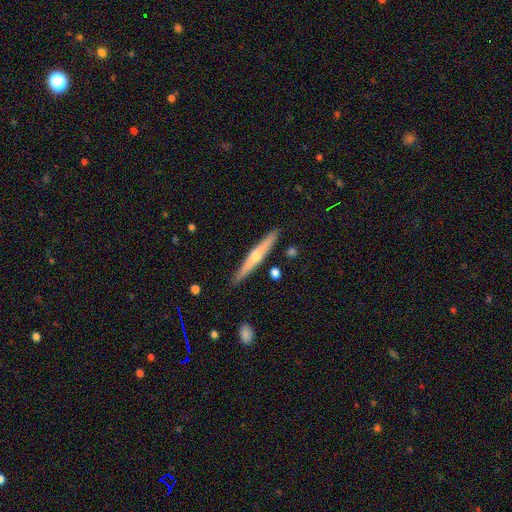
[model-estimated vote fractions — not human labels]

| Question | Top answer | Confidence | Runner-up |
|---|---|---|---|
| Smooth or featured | featured or disk | 65% | smooth (29%) |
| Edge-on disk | yes | 96% | no (4%) |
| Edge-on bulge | rounded | 84% | none (13%) |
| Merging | none | 90% | minor disturbance (7%) |